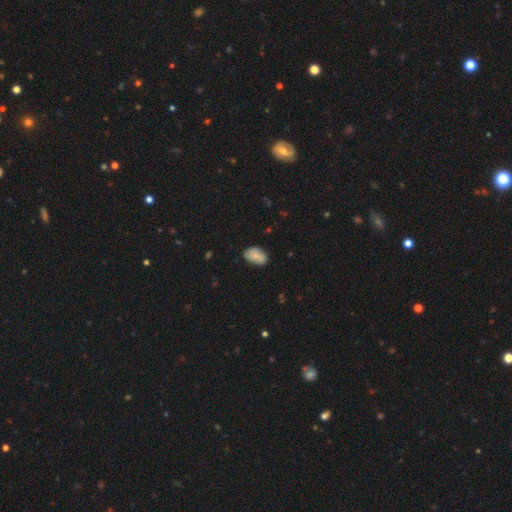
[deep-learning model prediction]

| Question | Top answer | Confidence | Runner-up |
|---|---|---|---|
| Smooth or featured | smooth | 74% | featured or disk (19%) |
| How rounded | in between | 91% | round (8%) |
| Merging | none | 69% | minor disturbance (24%) |